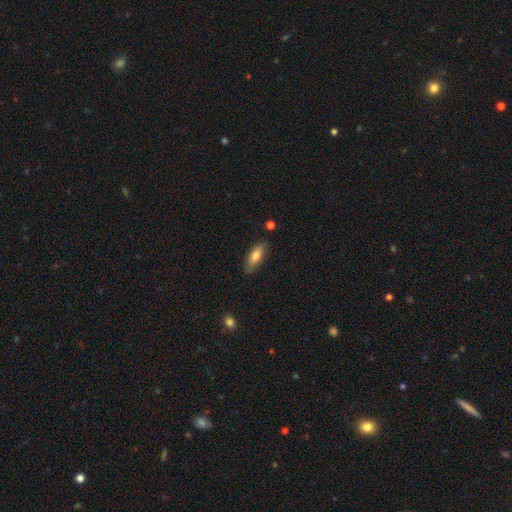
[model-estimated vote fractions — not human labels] Smooth or featured? smooth (76%)
How rounded? in between (65%)
Merging? none (79%)